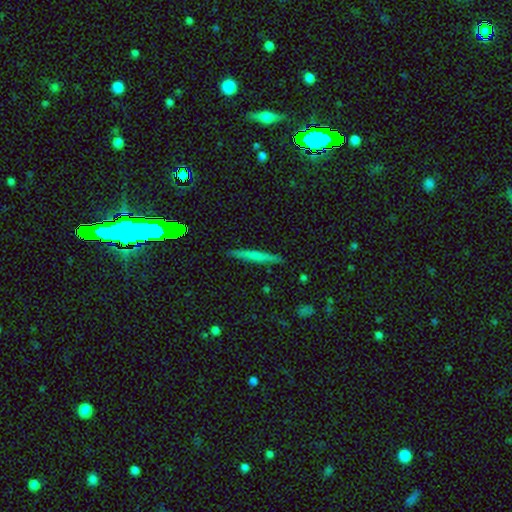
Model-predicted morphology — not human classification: Smooth or featured?
  - smooth: 57% *
  - featured or disk: 32%
  - star or artifact: 11%
How rounded?
  - cigar-shaped: 93% *
  - in between: 4%
  - round: 3%
Merging?
  - none: 88% *
  - minor disturbance: 8%
  - major disturbance: 2%
  - merger: 1%